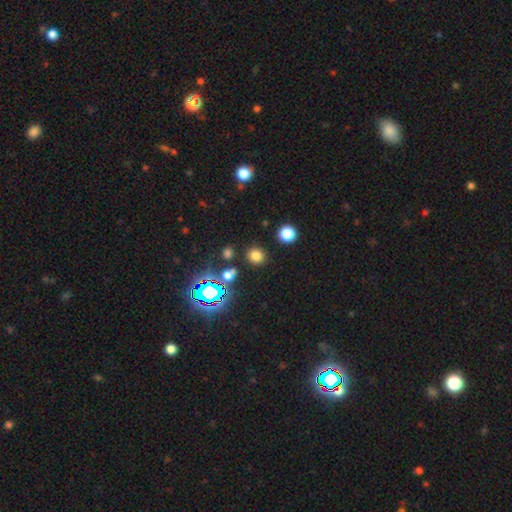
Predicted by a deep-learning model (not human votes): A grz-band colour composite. It shows a smooth galaxy with no disk features (71%) that is round (86%). Merging: none (86%).